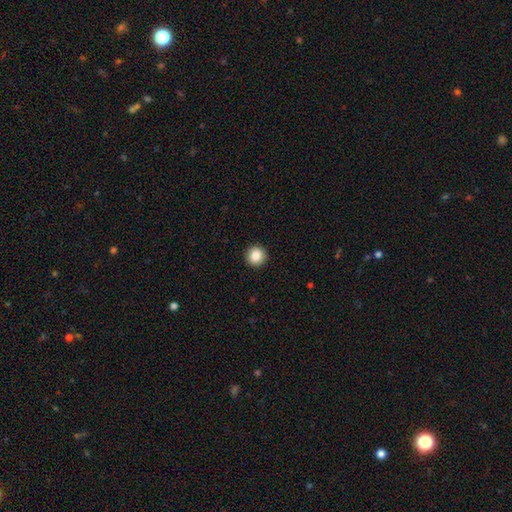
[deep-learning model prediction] smooth_or_featured: smooth (p=0.86) [alt: star or artifact p=0.09]
how_rounded: round (p=0.95) [alt: in between p=0.04]
merging: none (p=0.94) [alt: minor disturbance p=0.04]